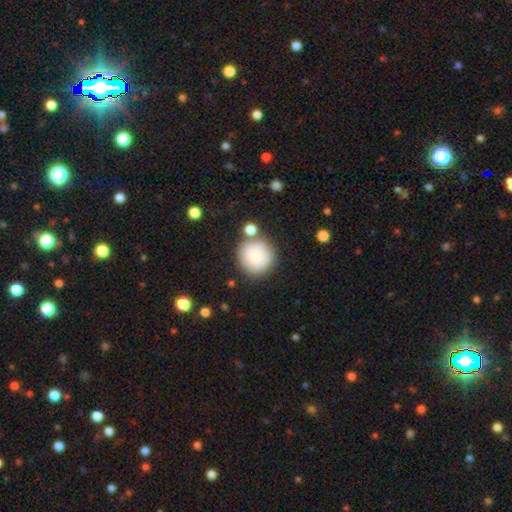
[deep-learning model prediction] A smooth galaxy with no disk features (82%) that is round (92%).

Vote fractions:
- Smooth or featured? smooth: 82% / featured or disk: 10% / star or artifact: 8%
- How rounded? round: 92% / in between: 7% / cigar-shaped: 1%
- Merging? none: 68% / minor disturbance: 14% / merger: 14% / major disturbance: 5%